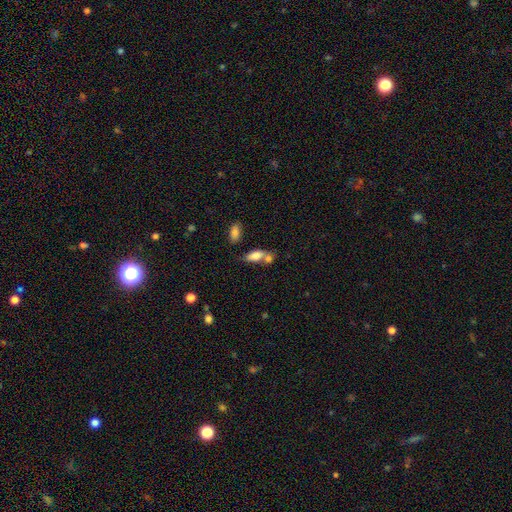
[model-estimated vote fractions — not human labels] This appears to be a smooth galaxy with no disk features (79%) that is in between round and cigar-shaped (80%). Merging: none (42%).